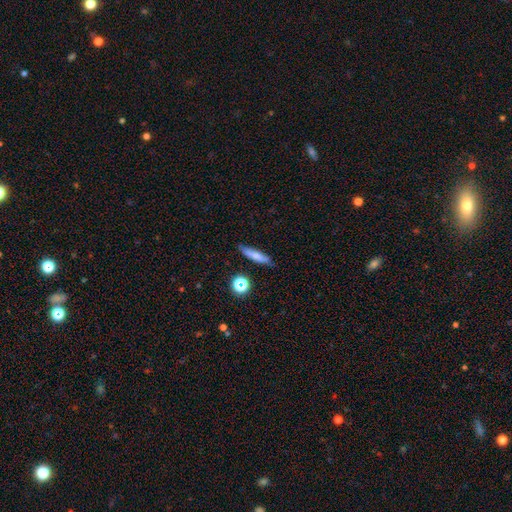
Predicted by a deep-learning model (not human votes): Overall: smooth (69%). How rounded: cigar-shaped (78%). Merging: none (81%).